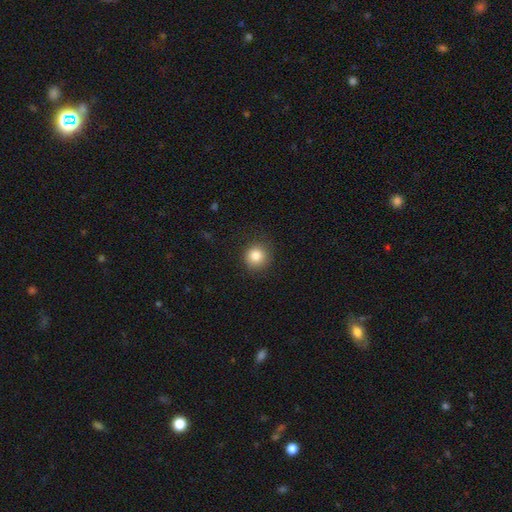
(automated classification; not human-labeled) The model was most divided on "smooth or featured": smooth: 84%, star or artifact: 10%, featured or disk: 6%. More confident: how rounded — round (92%); merging — none (86%).